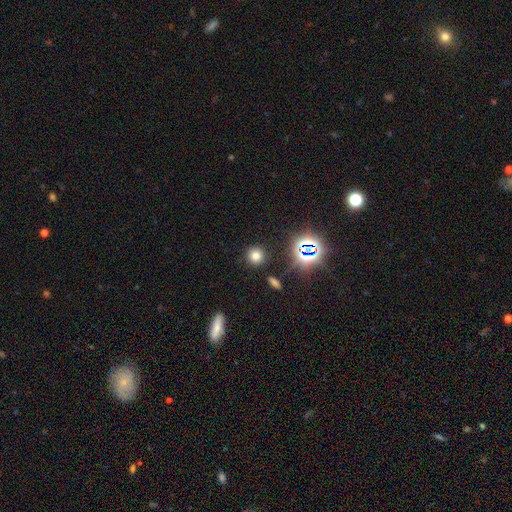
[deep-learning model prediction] Smooth or featured?
  - smooth: 71% *
  - star or artifact: 22%
  - featured or disk: 8%
How rounded?
  - round: 91% *
  - in between: 7%
  - cigar-shaped: 1%
Merging?
  - none: 88% *
  - minor disturbance: 7%
  - major disturbance: 3%
  - merger: 3%